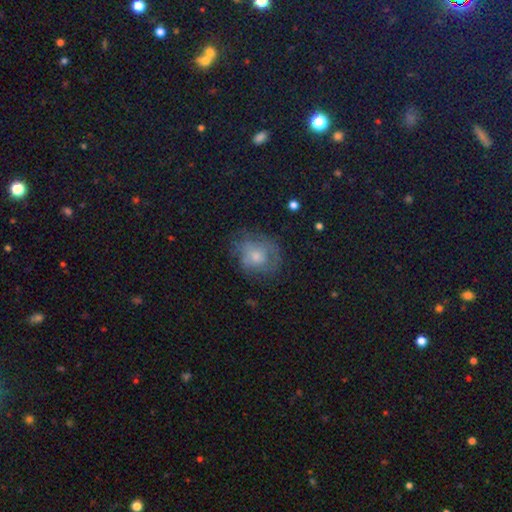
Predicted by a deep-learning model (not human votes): Smooth or featured? smooth (46%)
Merging? none (62%)